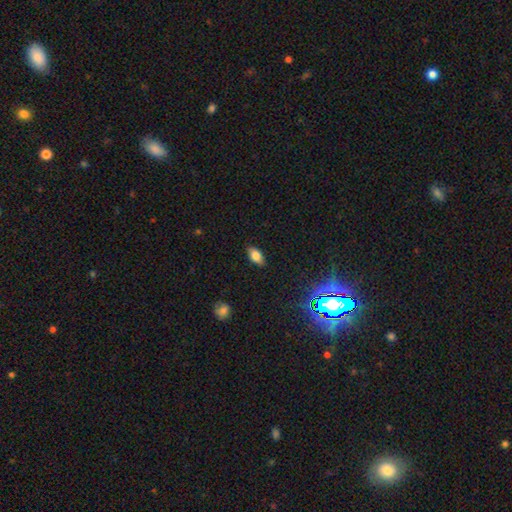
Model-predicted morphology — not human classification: type=smooth (80%); roundness=in between (90%); merging=none (85%).